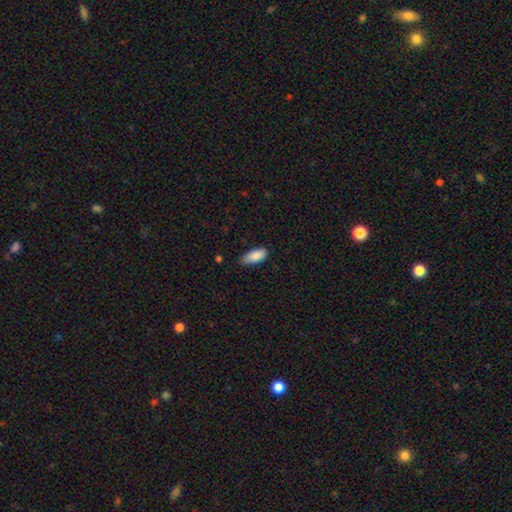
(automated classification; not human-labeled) Smooth or featured?
  - smooth: 89% *
  - star or artifact: 6%
  - featured or disk: 5%
How rounded?
  - in between: 87% *
  - cigar-shaped: 12%
  - round: 2%
Merging?
  - none: 71% *
  - minor disturbance: 25%
  - major disturbance: 3%
  - merger: 1%